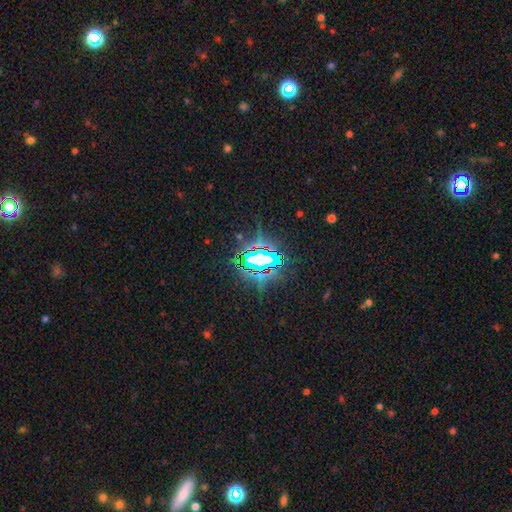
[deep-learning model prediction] A star or artifact, not a galaxy (83%).